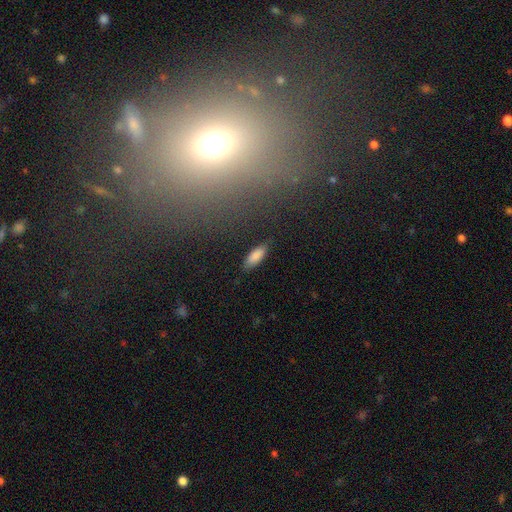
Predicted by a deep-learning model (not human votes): A smooth galaxy with no disk features (86%) that is in between round and cigar-shaped (71%).

Vote fractions:
- Smooth or featured? smooth: 86% / featured or disk: 8% / star or artifact: 7%
- How rounded? in between: 71% / cigar-shaped: 27% / round: 2%
- Merging? none: 85% / minor disturbance: 12% / major disturbance: 2% / merger: 2%